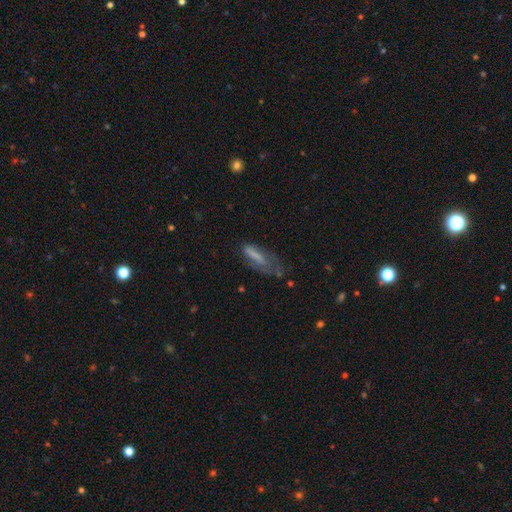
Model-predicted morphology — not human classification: Smooth or featured?
  - smooth: 66% *
  - featured or disk: 24%
  - star or artifact: 10%
How rounded?
  - cigar-shaped: 55% *
  - in between: 43%
  - round: 2%
Merging?
  - none: 32% * (tied)
  - minor disturbance: 32% * (tied)
  - major disturbance: 32% * (tied)
  - merger: 4%